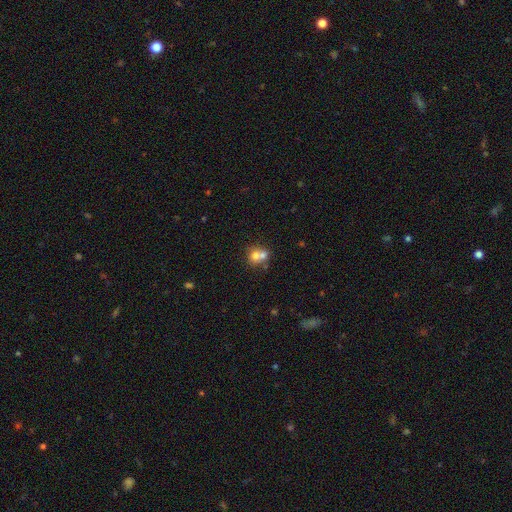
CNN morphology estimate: This appears to be a smooth galaxy with no disk features (68%) that is round (71%). Merging: merger (60%).